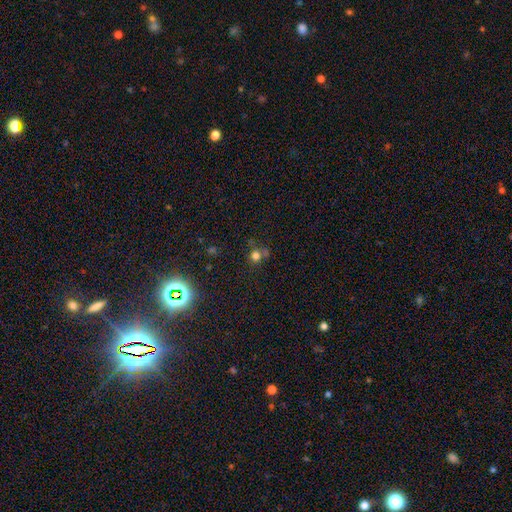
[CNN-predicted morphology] smooth-or-featured: smooth: 70% | star or artifact: 21% | featured or disk: 8%
  how-rounded: round: 86% | in between: 13% | cigar-shaped: 1%
  merging: none: 60% | merger: 20% | minor disturbance: 14% | major disturbance: 7%